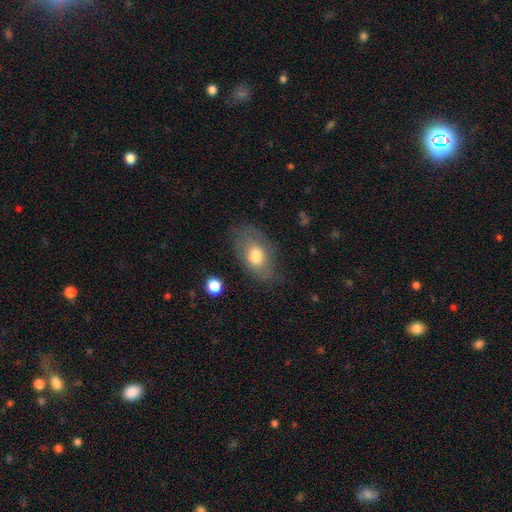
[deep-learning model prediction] This appears to be a smooth galaxy with no disk features (67%) that is in between round and cigar-shaped (90%). Merging: none (66%).